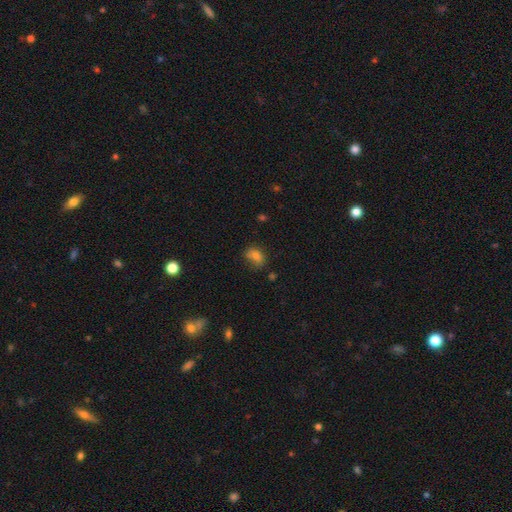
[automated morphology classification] smooth-or-featured: smooth: 75% | star or artifact: 14% | featured or disk: 11%
  how-rounded: in between: 69% | round: 29% | cigar-shaped: 2%
  merging: none: 52% | minor disturbance: 30% | major disturbance: 13% | merger: 5%